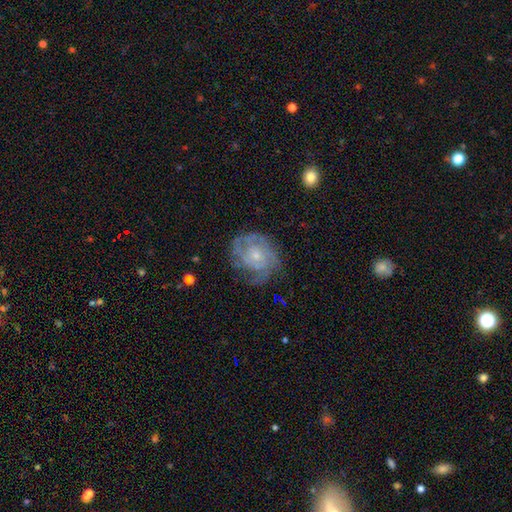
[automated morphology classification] type=featured or disk (81%); edge-on=no (98%); bar=no (77%); spiral arms=yes (92%); winding=tight (61%); arm count=can't tell (32%); bulge=small (68%); merging=none (67%).